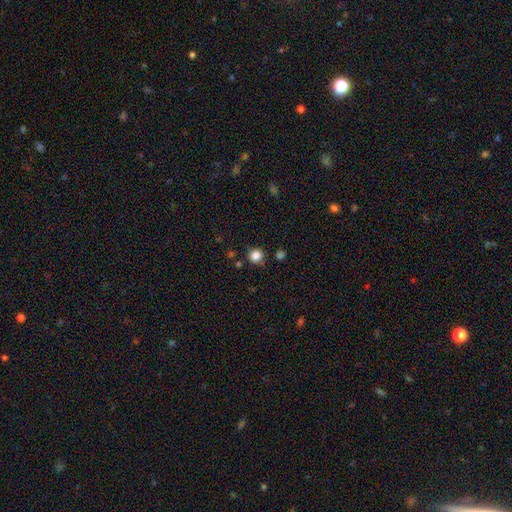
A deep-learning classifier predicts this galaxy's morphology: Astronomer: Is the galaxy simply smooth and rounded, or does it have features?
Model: smooth — 84%.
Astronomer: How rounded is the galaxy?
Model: round — 89%.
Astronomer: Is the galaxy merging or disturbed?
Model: none — 81%.